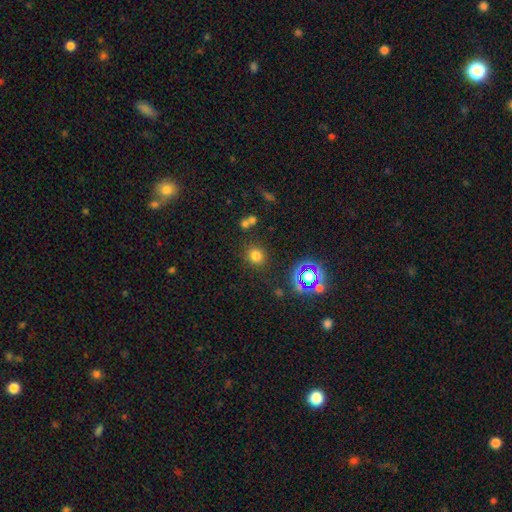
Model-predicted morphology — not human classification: smooth_or_featured: smooth (p=0.72) [alt: star or artifact p=0.21]
how_rounded: round (p=0.85) [alt: in between p=0.14]
merging: none (p=0.81) [alt: minor disturbance p=0.09]